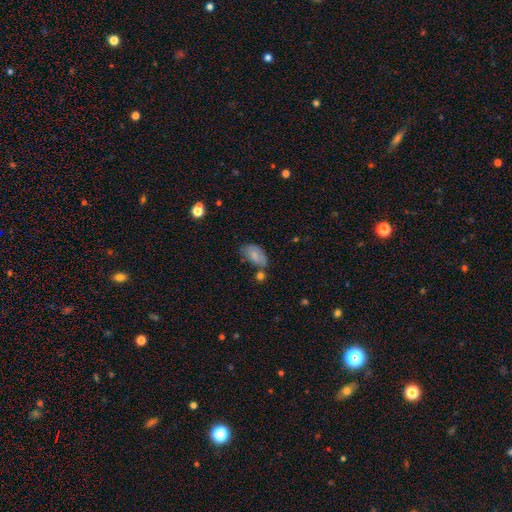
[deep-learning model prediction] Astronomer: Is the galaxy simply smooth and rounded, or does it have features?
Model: smooth — 71%.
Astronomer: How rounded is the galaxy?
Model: in between — 92%.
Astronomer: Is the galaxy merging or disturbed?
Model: none — 48% (runner-up: minor disturbance, 28%).